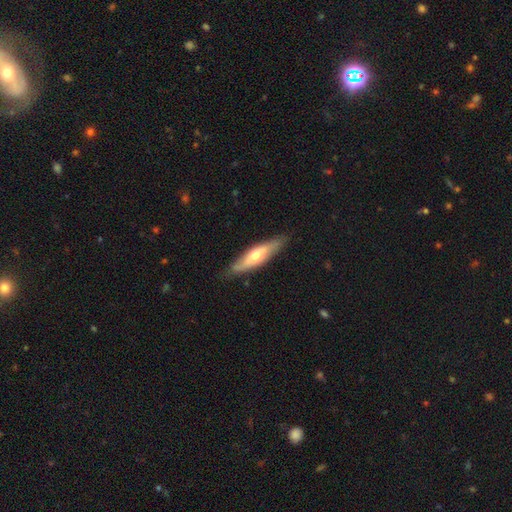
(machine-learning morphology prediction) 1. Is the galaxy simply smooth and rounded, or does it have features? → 49% featured or disk, 46% smooth, 5% star or artifact.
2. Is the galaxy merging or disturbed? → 81% none, 15% minor disturbance, 3% major disturbance, 1% merger.